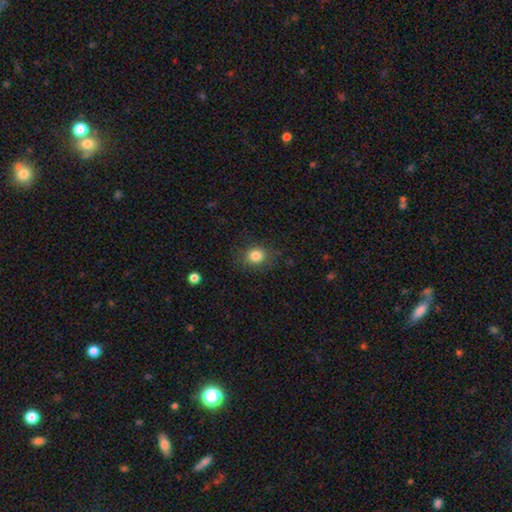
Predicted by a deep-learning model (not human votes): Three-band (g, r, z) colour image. It shows a smooth galaxy with no disk features (84%) that is round (64%). Merging: none (83%).